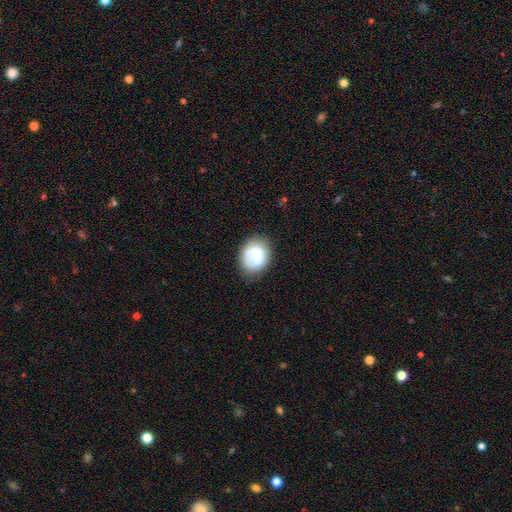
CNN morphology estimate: type=smooth (70%); roundness=round (51%); merging=none (69%).